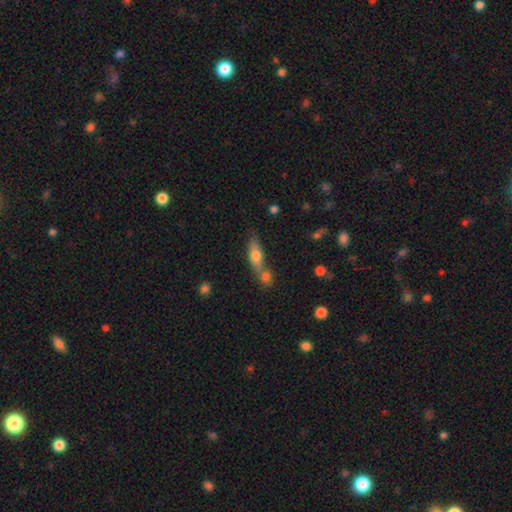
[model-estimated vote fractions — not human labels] Smooth or featured? Predicted: smooth (p=0.68). How rounded? Predicted: in between (p=0.55). Merging? Predicted: none (p=0.45).